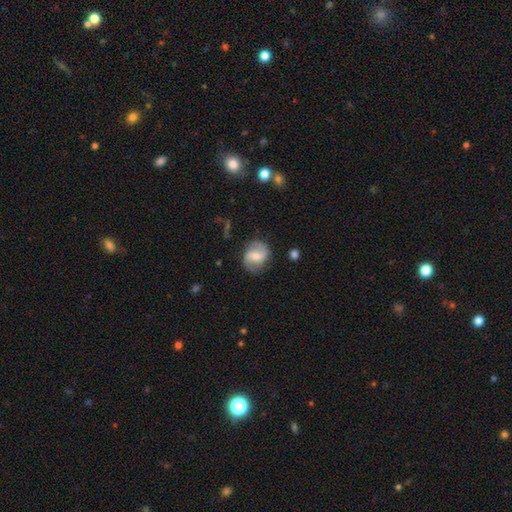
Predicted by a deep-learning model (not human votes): smooth-or-featured: featured or disk: 75% | smooth: 18% | star or artifact: 6%
  disk-edge-on: no: 98% | yes: 2%
    bar: weak: 49% | no: 29% | strong: 22%
    has-spiral-arms: yes: 94% | no: 6%
      spiral-winding: medium: 47% | loose: 35% | tight: 18%
      spiral-arm-count: 2: 90% | can't tell: 4% | 1: 2% | 3: 1% | 4: 1% | more than 4: 1%
    bulge-size: moderate: 45% | small: 41% | none: 7% | large: 5% | dominant: 1%
  merging: none: 79% | minor disturbance: 14% | major disturbance: 5% | merger: 1%